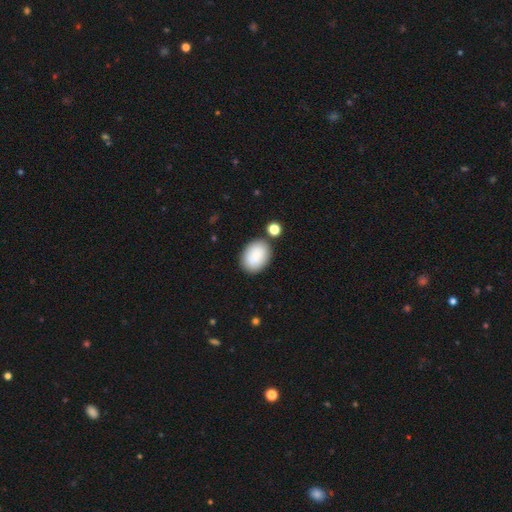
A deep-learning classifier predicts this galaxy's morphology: Smooth or featured?
  - smooth: 88% *
  - star or artifact: 7%
  - featured or disk: 6%
How rounded?
  - in between: 82% *
  - round: 17%
  - cigar-shaped: 1%
Merging?
  - none: 77% *
  - minor disturbance: 12%
  - merger: 7%
  - major disturbance: 3%